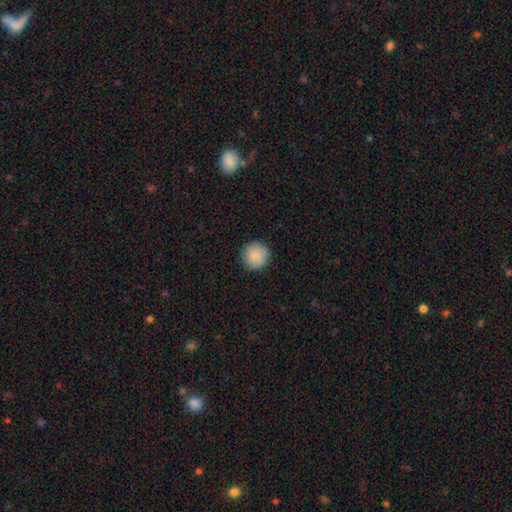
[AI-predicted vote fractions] Q: Smooth or featured?
A: smooth (86%); runner-up: star or artifact (8%)
Q: How rounded?
A: round (95%); runner-up: in between (4%)
Q: Merging?
A: none (90%); runner-up: minor disturbance (7%)